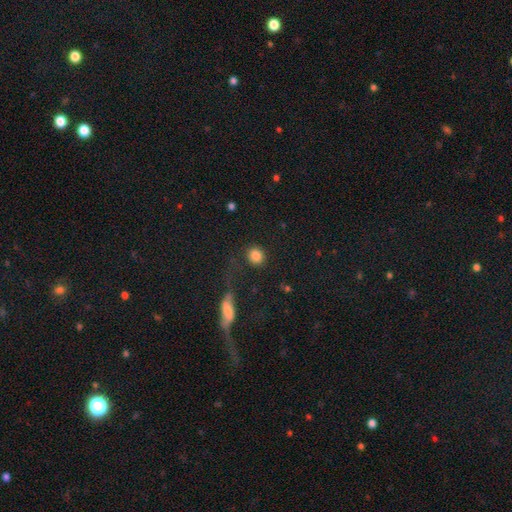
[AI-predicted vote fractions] A smooth galaxy with no disk features (85%) that is round (81%).

Vote fractions:
- Smooth or featured? smooth: 85% / star or artifact: 10% / featured or disk: 5%
- How rounded? round: 81% / in between: 17% / cigar-shaped: 2%
- Merging? none: 82% / minor disturbance: 9% / major disturbance: 5% / merger: 4%